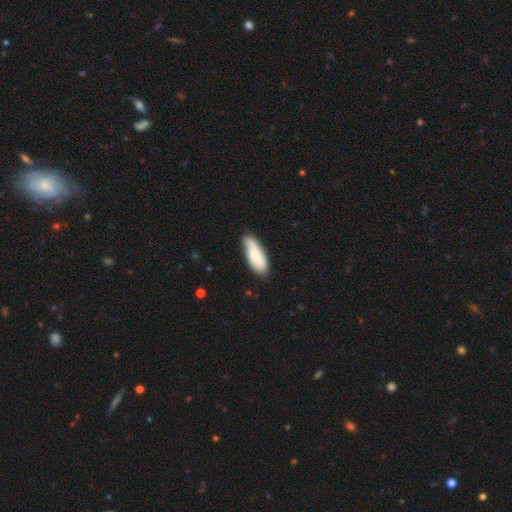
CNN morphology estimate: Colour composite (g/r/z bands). It shows a smooth galaxy with no disk features (80%) that is in between round and cigar-shaped (66%). Merging: none (66%).